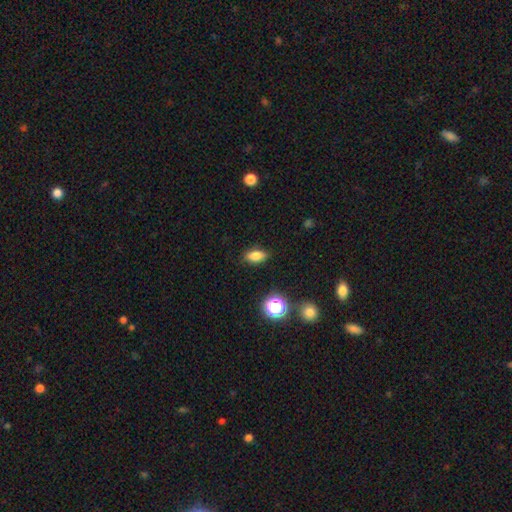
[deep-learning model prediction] smooth_or_featured: smooth (p=0.79) [alt: star or artifact p=0.12]
how_rounded: in between (p=0.82) [alt: cigar-shaped p=0.09]
merging: none (p=0.86) [alt: minor disturbance p=0.10]